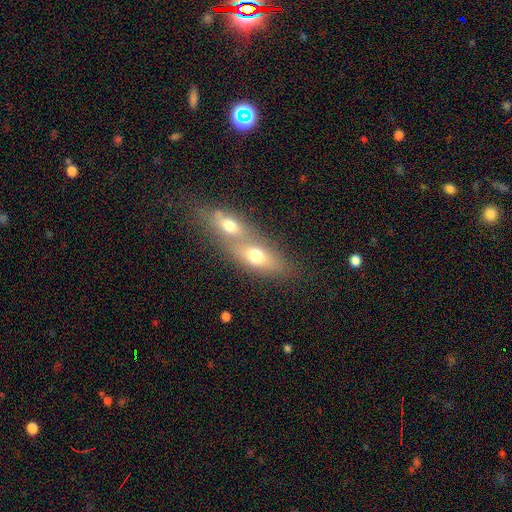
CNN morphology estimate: smooth-or-featured: smooth: 66% | featured or disk: 24% | star or artifact: 10%
  how-rounded: in between: 71% | cigar-shaped: 15% | round: 13%
  merging: merger: 65% | none: 25% | minor disturbance: 6% | major disturbance: 4%